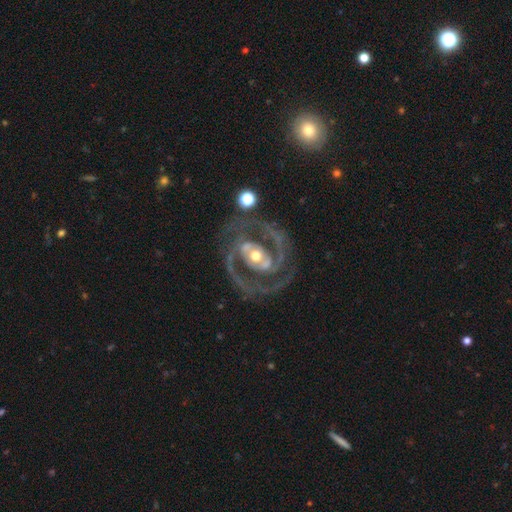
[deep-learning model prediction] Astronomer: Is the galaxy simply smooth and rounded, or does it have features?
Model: featured or disk — 91%.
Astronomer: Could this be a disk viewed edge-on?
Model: no — 97%.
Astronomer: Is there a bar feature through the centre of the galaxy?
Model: no — 40% (runner-up: weak, 30%).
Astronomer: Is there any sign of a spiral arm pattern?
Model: yes — 96%.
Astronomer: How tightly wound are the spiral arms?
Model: medium — 49% (runner-up: tight, 42%).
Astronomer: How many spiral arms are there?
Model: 2 — 84%.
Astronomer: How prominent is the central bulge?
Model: moderate — 69%.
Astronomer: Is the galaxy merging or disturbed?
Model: none — 75%.